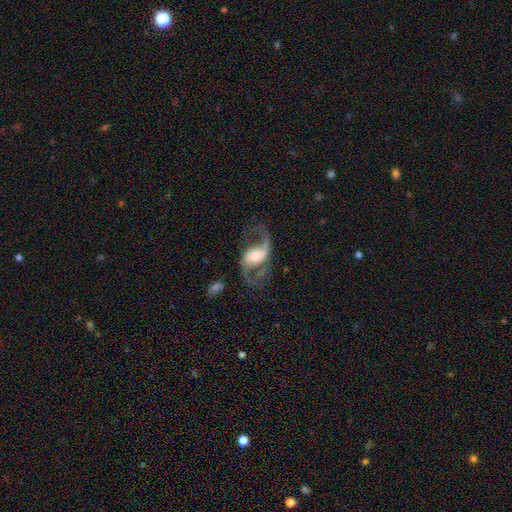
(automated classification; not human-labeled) This appears to be a featured or disk galaxy (88%) with a weak bar (42%), 2 (92%) loose (65%) spiral arms (96%) and a moderate central bulge (51%). Merging: none (67%).